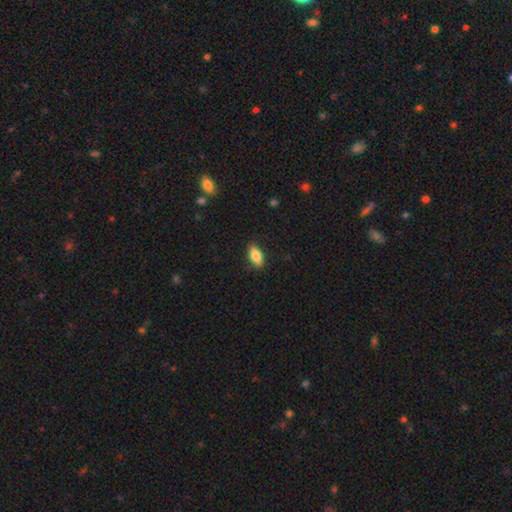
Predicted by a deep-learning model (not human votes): A smooth galaxy with no disk features (84%) that is in between round and cigar-shaped (88%).

Vote fractions:
- Smooth or featured? smooth: 84% / featured or disk: 8% / star or artifact: 7%
- How rounded? in between: 88% / cigar-shaped: 9% / round: 4%
- Merging? none: 86% / minor disturbance: 10% / major disturbance: 2% / merger: 1%